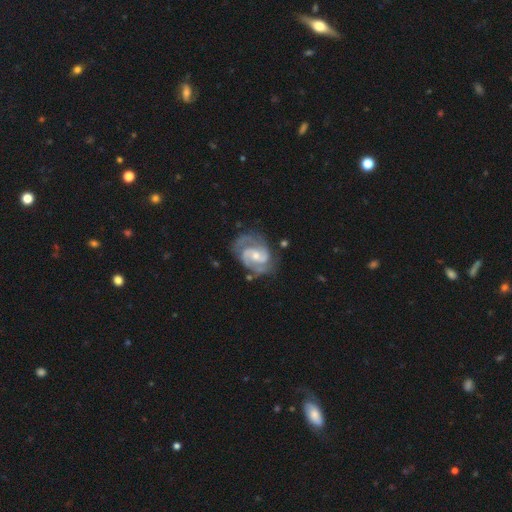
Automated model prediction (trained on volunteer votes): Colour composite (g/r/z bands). It shows a featured or disk galaxy (91%) with no bar (46%), 2 (76%) medium (49%) spiral arms (98%) and a small central bulge (52%). Merging: none (68%).